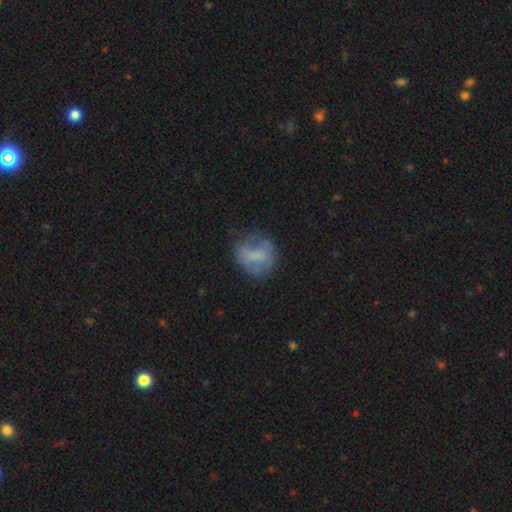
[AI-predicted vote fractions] Q: Smooth or featured?
A: smooth (55%); runner-up: featured or disk (36%)
Q: How rounded?
A: round (66%); runner-up: in between (32%)
Q: Merging?
A: none (57%); runner-up: minor disturbance (24%)